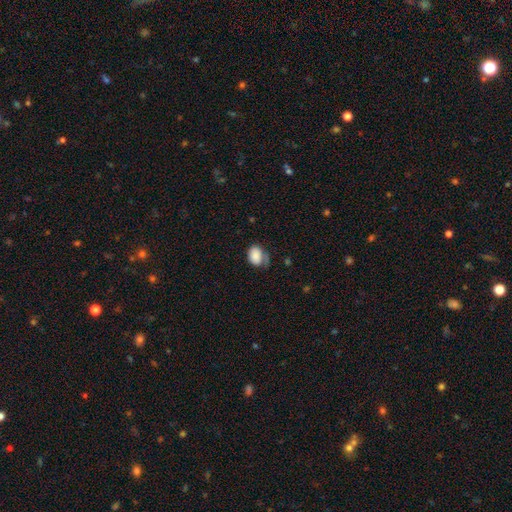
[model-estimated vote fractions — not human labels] A smooth galaxy with no disk features (82%) that is in between round and cigar-shaped (75%).

Vote fractions:
- Smooth or featured? smooth: 82% / featured or disk: 10% / star or artifact: 8%
- How rounded? in between: 75% / round: 23% / cigar-shaped: 1%
- Merging? none: 44% / minor disturbance: 31% / major disturbance: 20% / merger: 6%